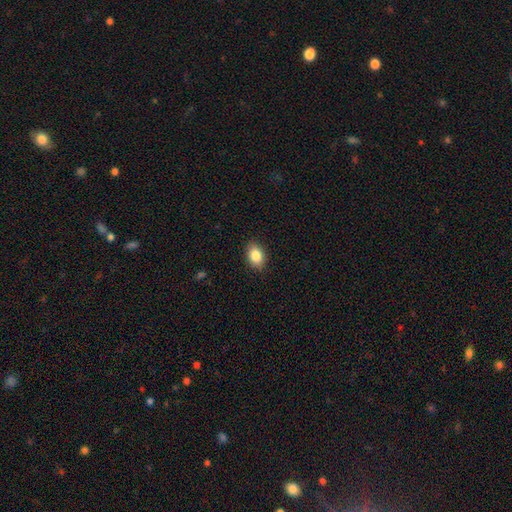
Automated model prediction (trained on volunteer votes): smooth_or_featured: smooth (p=0.85) [alt: star or artifact p=0.08]
how_rounded: in between (p=0.80) [alt: round p=0.18]
merging: none (p=0.88) [alt: minor disturbance p=0.09]